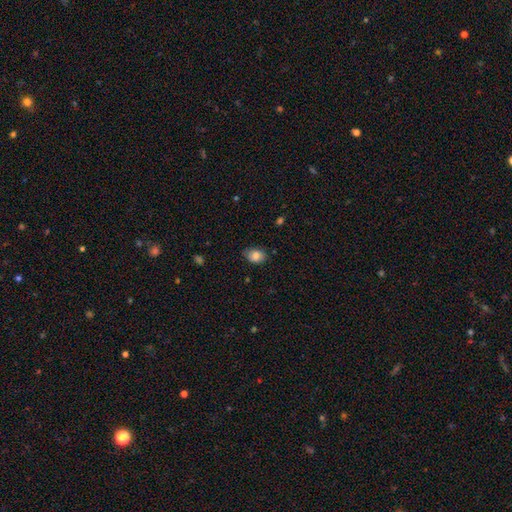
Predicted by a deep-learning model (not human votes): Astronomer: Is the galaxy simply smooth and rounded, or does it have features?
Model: smooth — 84%.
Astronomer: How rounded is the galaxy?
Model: in between — 76%.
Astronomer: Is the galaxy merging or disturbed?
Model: none — 78%.